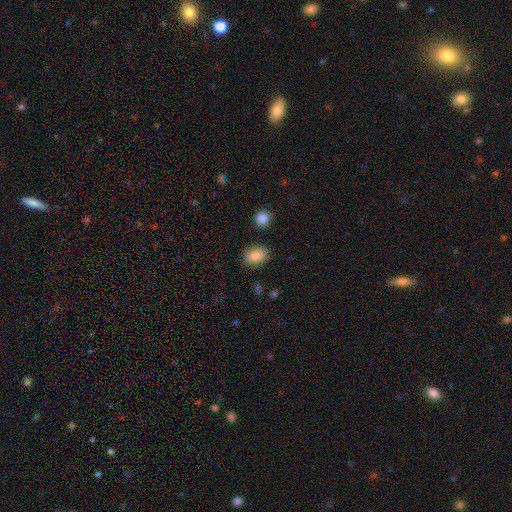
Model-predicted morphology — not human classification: Q: Smooth or featured?
A: smooth (84%); runner-up: featured or disk (8%)
Q: How rounded?
A: in between (80%); runner-up: round (18%)
Q: Merging?
A: none (81%); runner-up: minor disturbance (13%)